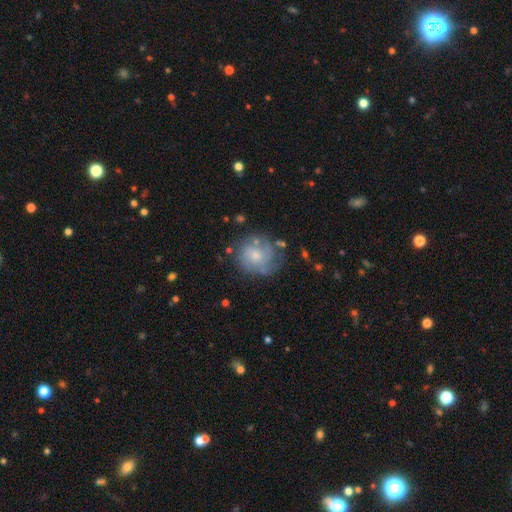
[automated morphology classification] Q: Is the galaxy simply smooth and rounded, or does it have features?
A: featured or disk — 52%.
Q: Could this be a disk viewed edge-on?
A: no — 98%.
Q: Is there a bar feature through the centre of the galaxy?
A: no — 80%.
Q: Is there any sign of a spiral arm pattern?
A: yes — 71%.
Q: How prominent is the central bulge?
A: small — 53%.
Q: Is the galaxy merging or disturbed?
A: none — 65%.